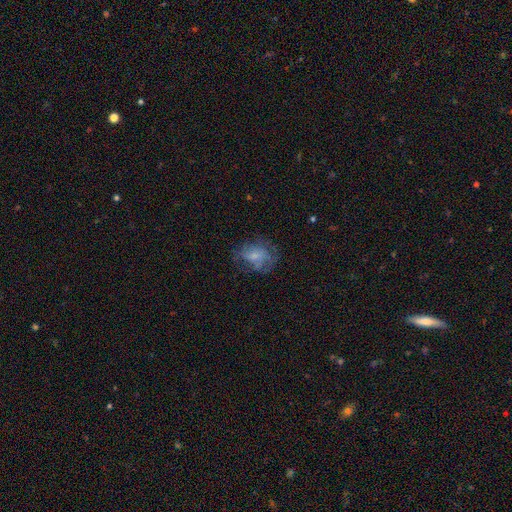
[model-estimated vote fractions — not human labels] Smooth or featured? Predicted: smooth (p=0.45). Merging? Predicted: none (p=0.51).